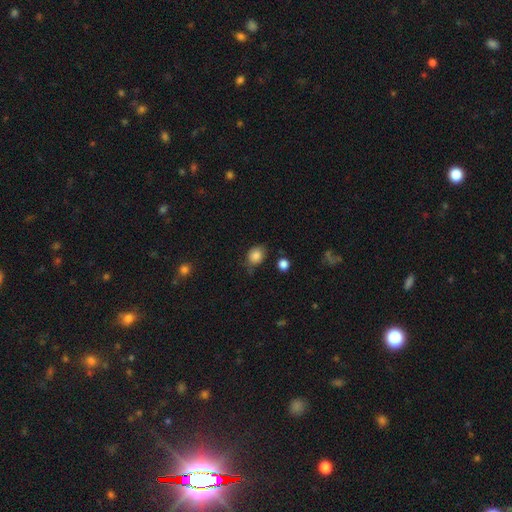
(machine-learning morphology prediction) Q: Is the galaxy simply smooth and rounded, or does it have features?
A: smooth — 85%.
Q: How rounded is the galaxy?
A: round — 60%.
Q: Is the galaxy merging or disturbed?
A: none — 66%.